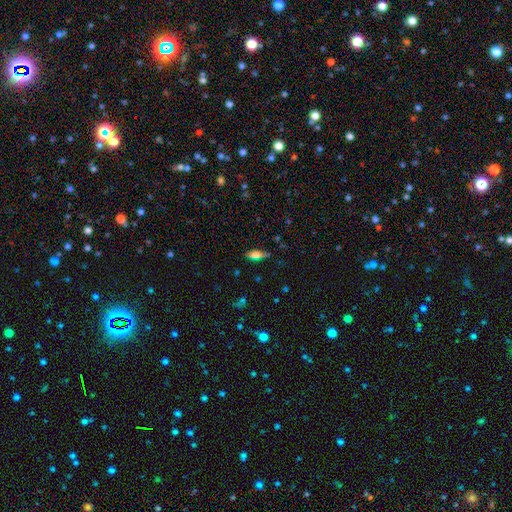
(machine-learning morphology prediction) A smooth galaxy with no disk features (57%) that is in between round and cigar-shaped (67%). Merging: none (76%).